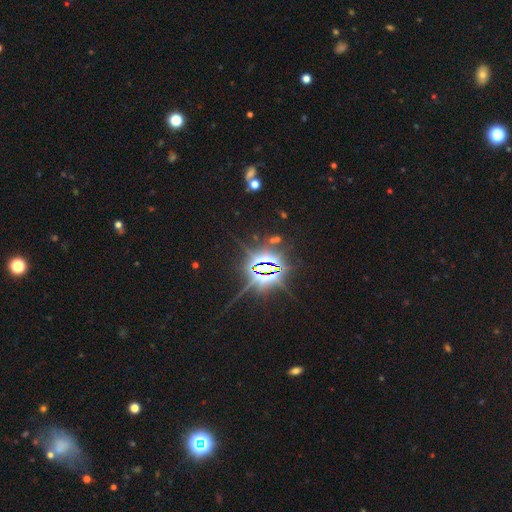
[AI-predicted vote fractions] A star or artifact, not a galaxy (86%).

Vote fractions:
- Smooth or featured? star or artifact: 86% / smooth: 7% / featured or disk: 7%